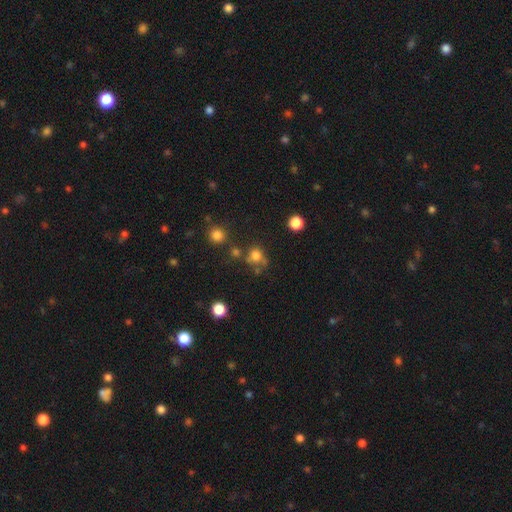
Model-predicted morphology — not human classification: Smooth or featured: smooth — 74% (star or artifact — 18%)
How rounded: round — 84% (in between — 15%)
Merging: none — 61% (merger — 19%)